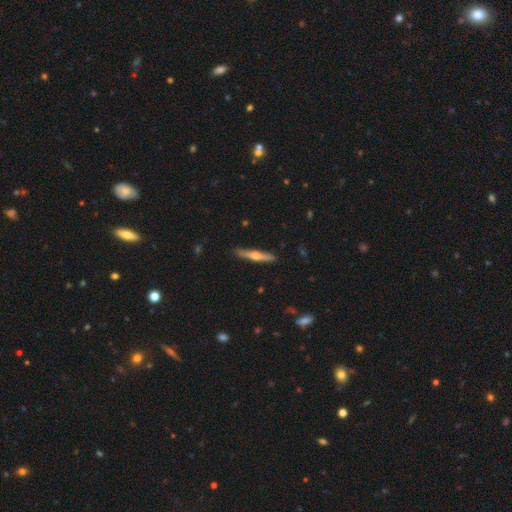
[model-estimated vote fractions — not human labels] featured or disk 53%, smooth 42%, star or artifact 6%. Down the decision tree: edge-on disk — yes (95%); edge-on bulge — rounded (83%); merging — none (87%).